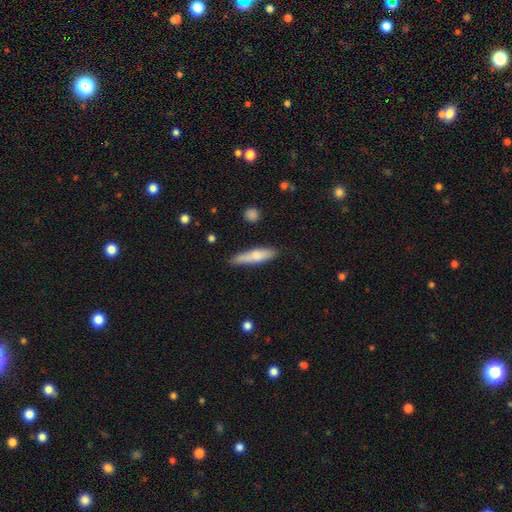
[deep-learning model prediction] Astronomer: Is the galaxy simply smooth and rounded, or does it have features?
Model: smooth — 70%.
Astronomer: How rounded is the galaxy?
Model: cigar-shaped — 75%.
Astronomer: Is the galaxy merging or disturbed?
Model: none — 74%.